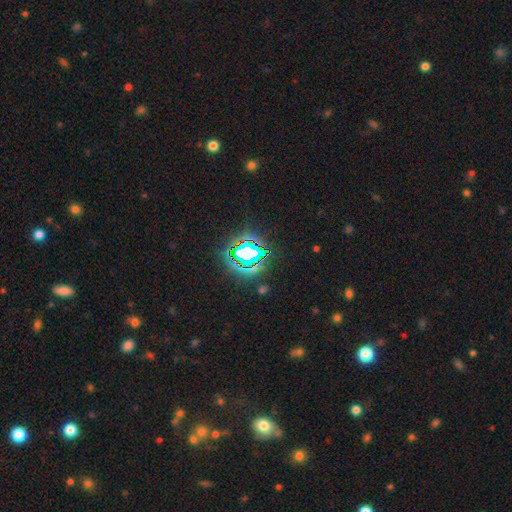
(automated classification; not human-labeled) This appears to be a star or artifact, not a galaxy (81%).